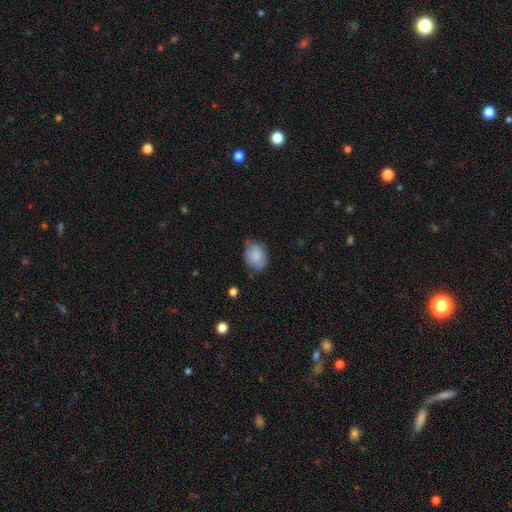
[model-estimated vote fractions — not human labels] smooth 84%, featured or disk 9%, star or artifact 8%. Down the decision tree: how rounded — in between (62%); merging — none (61%).